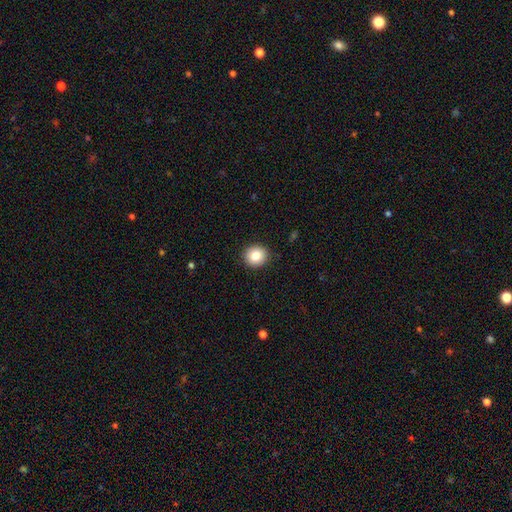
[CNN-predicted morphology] Overall: smooth (83%). How rounded: round (90%). Merging: none (91%).